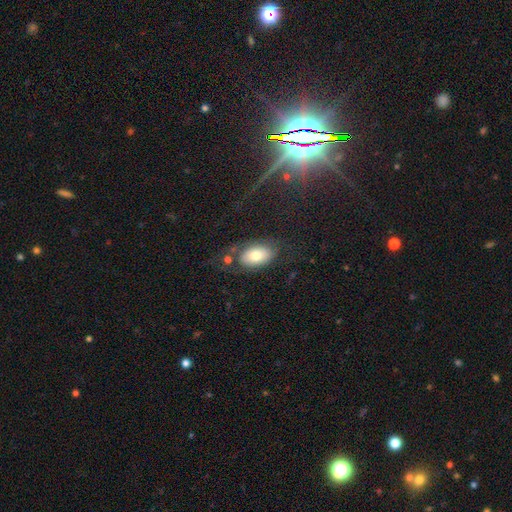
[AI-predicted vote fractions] smooth 69%, featured or disk 23%, star or artifact 8%. Down the decision tree: how rounded — in between (91%); merging — none (62%).